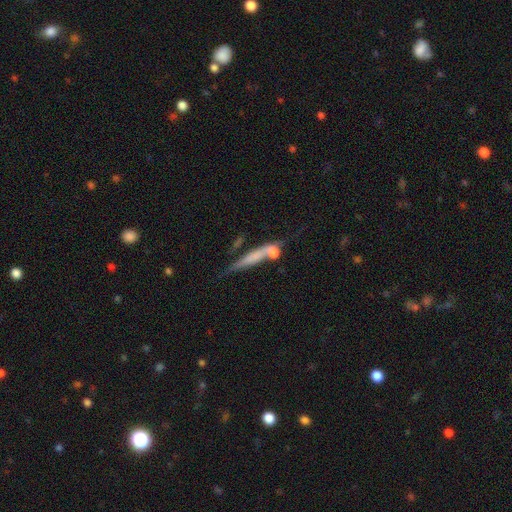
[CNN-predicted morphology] smooth-or-featured: smooth: 48% | featured or disk: 42% | star or artifact: 11%
  merging: none: 39% | merger: 33% | minor disturbance: 16% | major disturbance: 13%